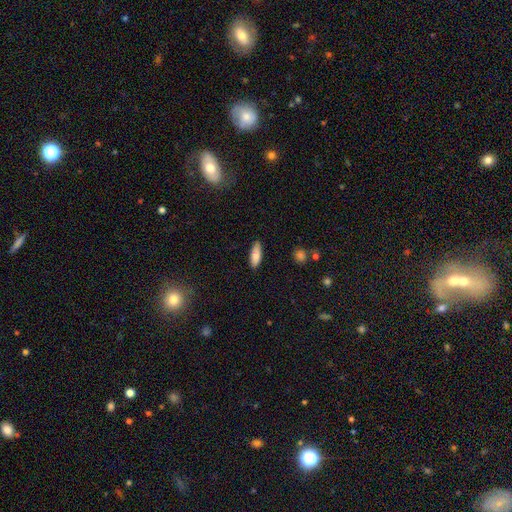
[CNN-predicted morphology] A smooth galaxy with no disk features (83%) that is in between round and cigar-shaped (68%). Merging: none (85%).